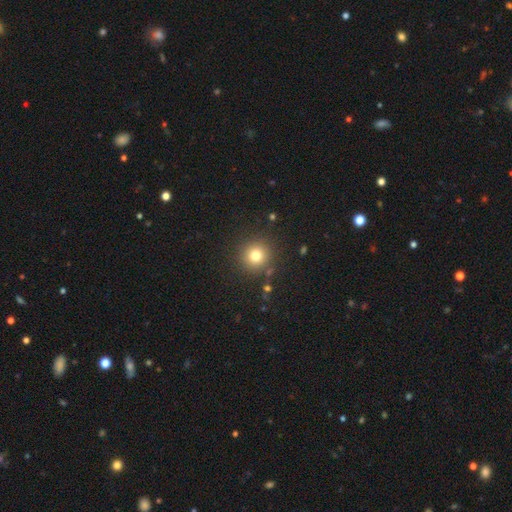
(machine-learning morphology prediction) Smooth or featured? smooth (78%)
How rounded? round (94%)
Merging? none (88%)